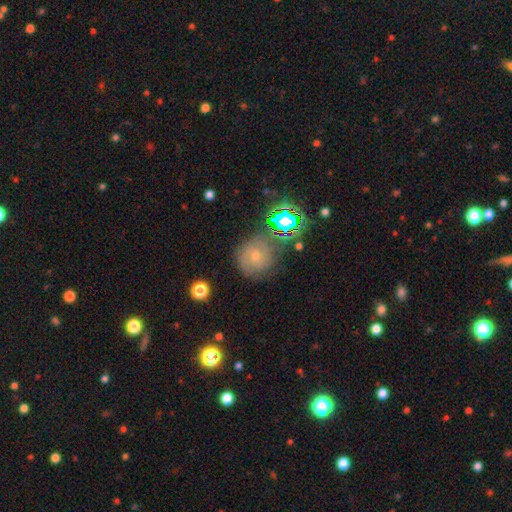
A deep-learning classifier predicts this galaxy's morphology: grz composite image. It shows a smooth galaxy with no disk features (40%). Merging: none (69%).